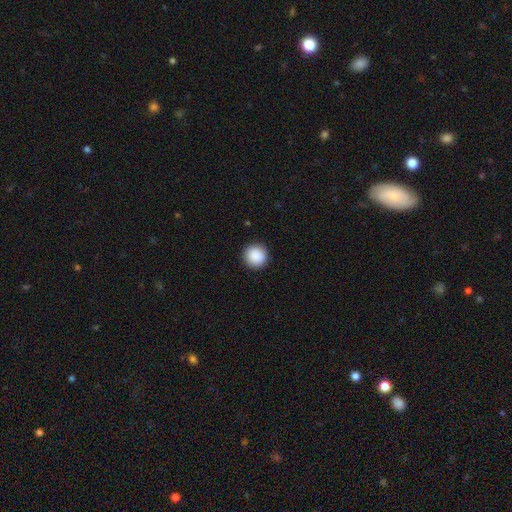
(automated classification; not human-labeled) A smooth galaxy with no disk features (89%) that is round (96%).

Vote fractions:
- Smooth or featured? smooth: 89% / star or artifact: 8% / featured or disk: 3%
- How rounded? round: 96% / in between: 3% / cigar-shaped: 1%
- Merging? none: 92% / minor disturbance: 5% / major disturbance: 2% / merger: 1%